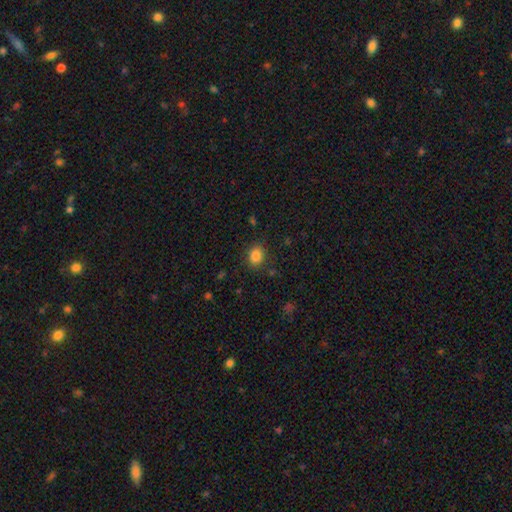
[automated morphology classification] type=smooth (85%); roundness=in between (50%); merging=none (84%).